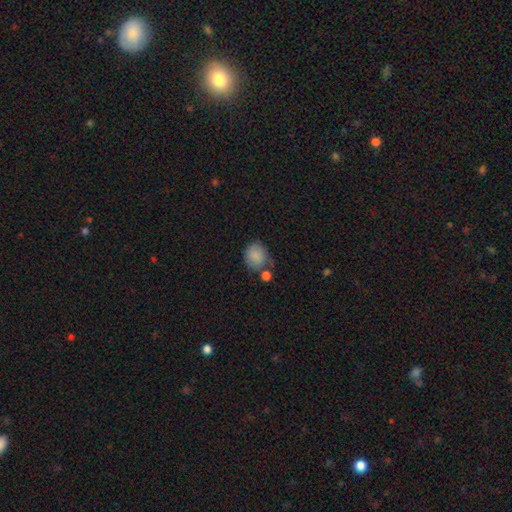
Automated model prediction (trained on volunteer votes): smooth_or_featured: smooth (p=0.85) [alt: star or artifact p=0.08]
how_rounded: round (p=0.70) [alt: in between p=0.29]
merging: none (p=0.53) [alt: minor disturbance p=0.21]